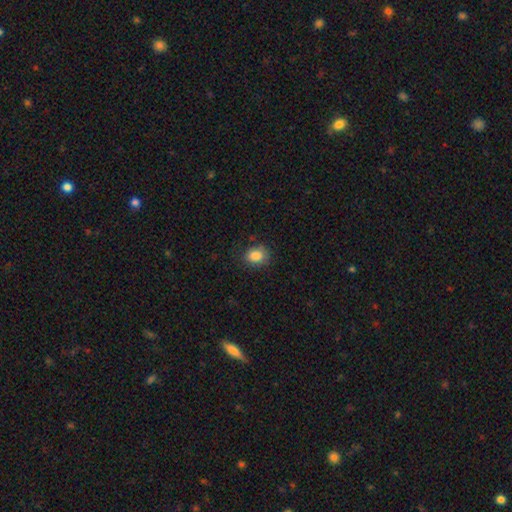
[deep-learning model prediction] A smooth galaxy with no disk features (85%) that is in between round and cigar-shaped (54%). Merging: none (75%).